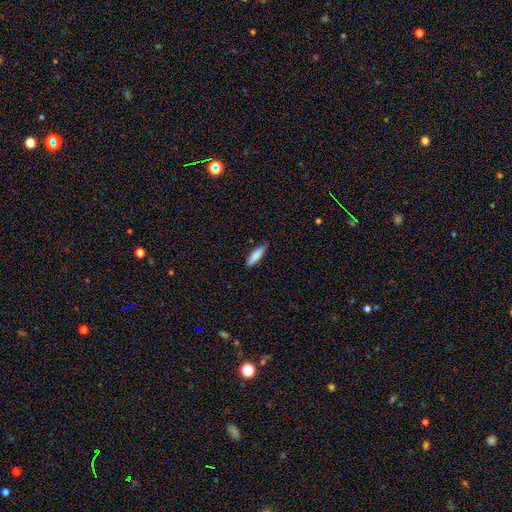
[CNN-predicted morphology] This appears to be a smooth galaxy with no disk features (82%) that is cigar-shaped (78%). Merging: none (81%).